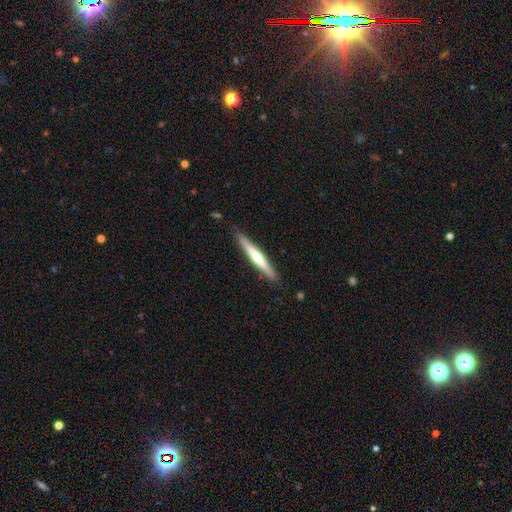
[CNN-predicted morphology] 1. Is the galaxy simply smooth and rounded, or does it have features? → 60% featured or disk, 35% smooth, 5% star or artifact.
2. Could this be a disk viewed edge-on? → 97% yes, 3% no.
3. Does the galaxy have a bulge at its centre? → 74% rounded, 19% none, 7% boxy.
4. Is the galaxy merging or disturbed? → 89% none, 8% minor disturbance, 1% major disturbance, 1% merger.